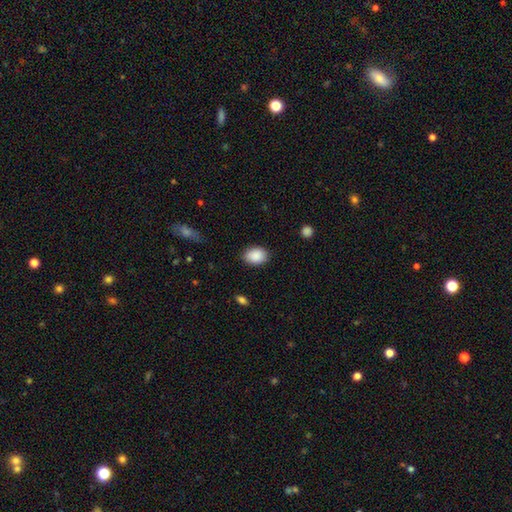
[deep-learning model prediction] smooth_or_featured: smooth (p=0.89) [alt: star or artifact p=0.07]
how_rounded: in between (p=0.78) [alt: round p=0.21]
merging: none (p=0.85) [alt: minor disturbance p=0.11]